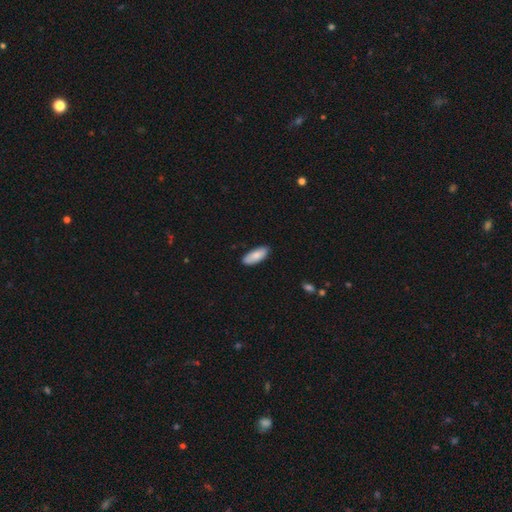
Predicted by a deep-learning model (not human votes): Smooth or featured: smooth — 85% (featured or disk — 10%)
How rounded: in between — 80% (cigar-shaped — 19%)
Merging: none — 86% (minor disturbance — 11%)